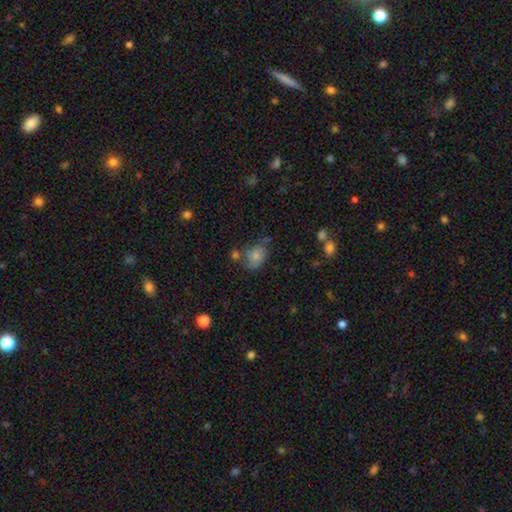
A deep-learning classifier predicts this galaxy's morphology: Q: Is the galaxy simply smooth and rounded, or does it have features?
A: smooth — 72%.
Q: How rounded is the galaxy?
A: in between — 63%.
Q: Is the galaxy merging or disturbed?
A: none — 40%.